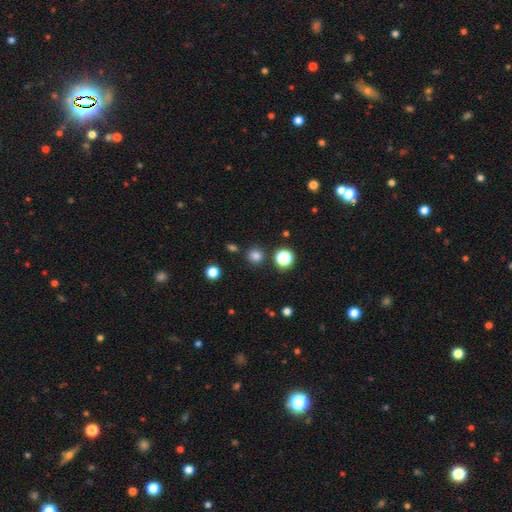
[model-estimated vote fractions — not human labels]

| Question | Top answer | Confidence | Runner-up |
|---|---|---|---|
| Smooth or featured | smooth | 80% | star or artifact (16%) |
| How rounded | round | 91% | in between (8%) |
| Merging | none | 86% | minor disturbance (7%) |